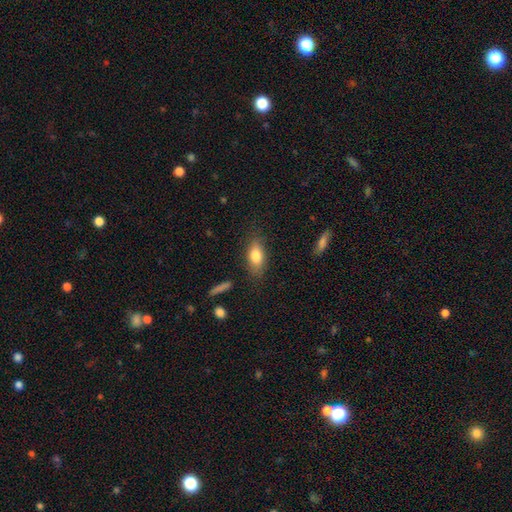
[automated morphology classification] A smooth galaxy with no disk features (79%) that is in between round and cigar-shaped (82%). Merging: none (78%).